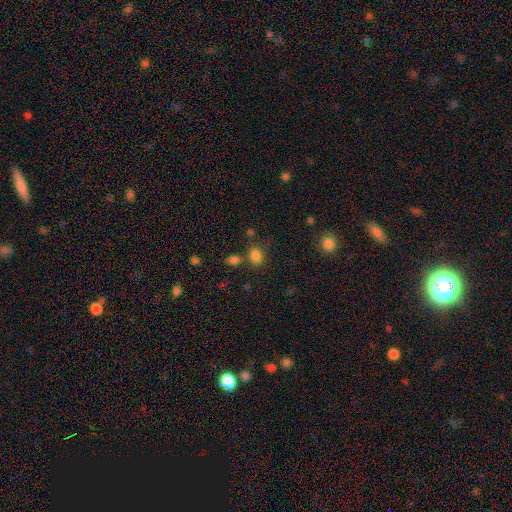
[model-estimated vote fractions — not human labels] The model was most divided on "how rounded": in between: 66%, round: 33%, cigar-shaped: 1%. More confident: smooth or featured — smooth (81%); merging — none (65%).